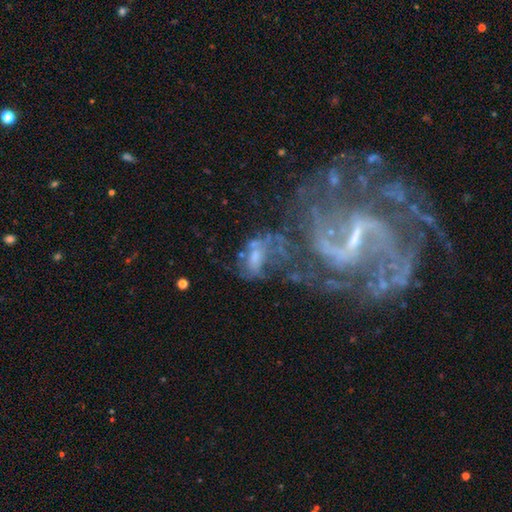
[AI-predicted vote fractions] A featured or disk galaxy (61%) with no bar (68%), no spiral arms (52%) and a moderate central bulge (31%, tied with small).

Vote fractions:
- Smooth or featured? featured or disk: 61% / smooth: 22% / star or artifact: 18%
- Edge-on disk? no: 96% / yes: 4%
- Bar? no: 68% / weak: 22% / strong: 10%
- Spiral arms? no: 52% / yes: 48%
- Bulge size? moderate: 31% (tied) / small: 31% (tied) / none: 30% / large: 5% / dominant: 2%
- Merging? merger: 35% / major disturbance: 30% / none: 22% / minor disturbance: 14%